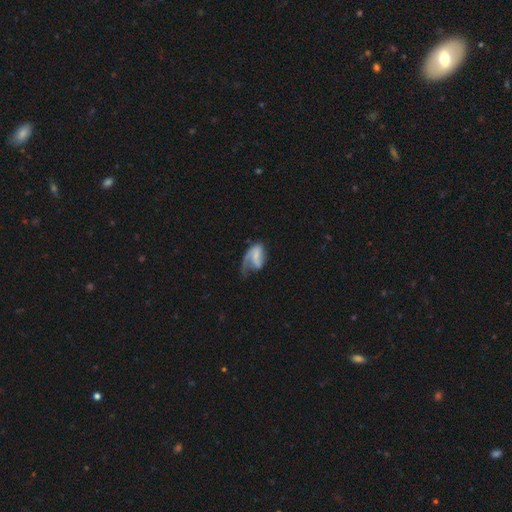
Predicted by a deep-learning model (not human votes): A featured or disk galaxy (57%) with no bar (47%), spiral arms (77%) and a small central bulge (43%). Merging: major disturbance (50%).